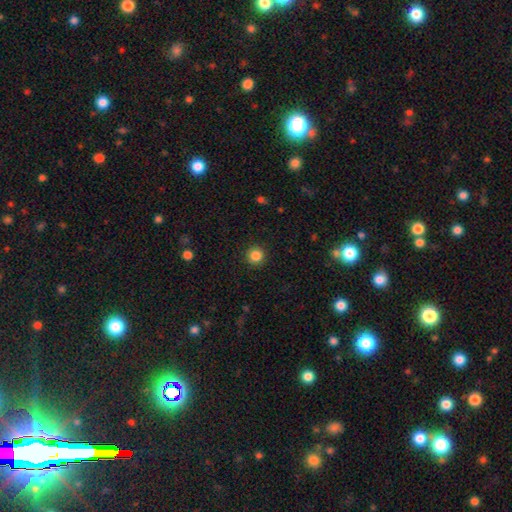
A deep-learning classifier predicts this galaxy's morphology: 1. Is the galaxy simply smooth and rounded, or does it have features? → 85% smooth, 11% star or artifact, 4% featured or disk.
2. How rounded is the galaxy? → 95% round, 4% in between, 1% cigar-shaped.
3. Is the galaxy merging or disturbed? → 92% none, 5% minor disturbance, 2% major disturbance, 1% merger.